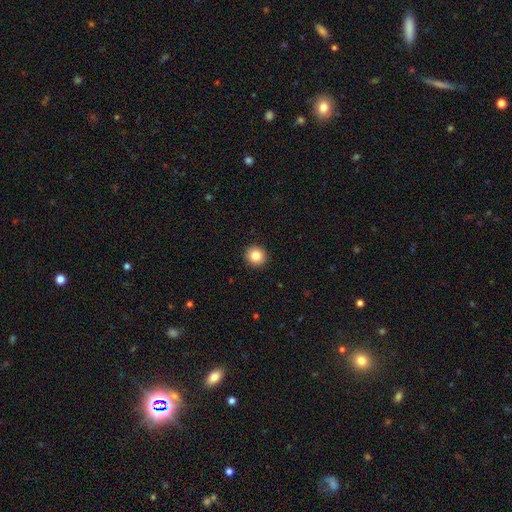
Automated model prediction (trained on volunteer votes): A smooth galaxy with no disk features (84%) that is round (93%).

Vote fractions:
- Smooth or featured? smooth: 84% / star or artifact: 10% / featured or disk: 6%
- How rounded? round: 93% / in between: 6% / cigar-shaped: 1%
- Merging? none: 93% / minor disturbance: 5% / major disturbance: 2% / merger: 1%